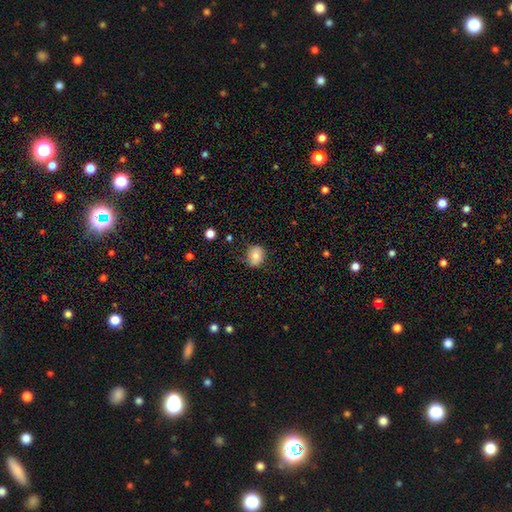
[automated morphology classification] smooth 77%, featured or disk 14%, star or artifact 9%. Down the decision tree: how rounded — round (61%); merging — none (73%).